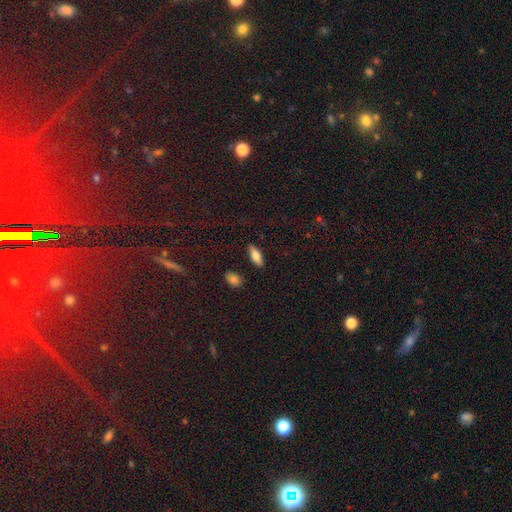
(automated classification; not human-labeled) This appears to be a smooth galaxy with no disk features (75%) that is in between round and cigar-shaped (65%). Merging: none (86%).